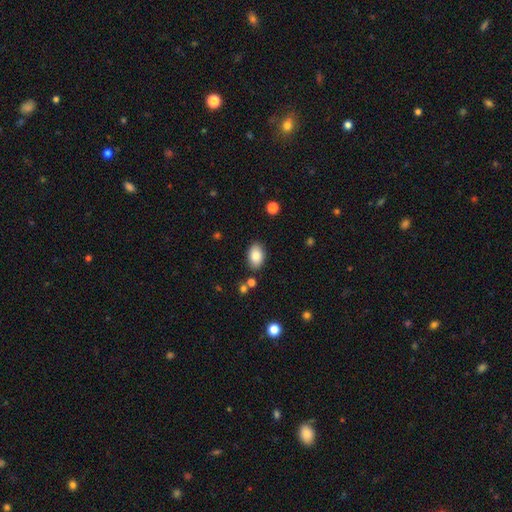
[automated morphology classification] Smooth or featured?
  - smooth: 83% *
  - featured or disk: 9%
  - star or artifact: 8%
How rounded?
  - in between: 89% *
  - round: 10%
  - cigar-shaped: 1%
Merging?
  - none: 85% *
  - minor disturbance: 10%
  - merger: 3%
  - major disturbance: 2%